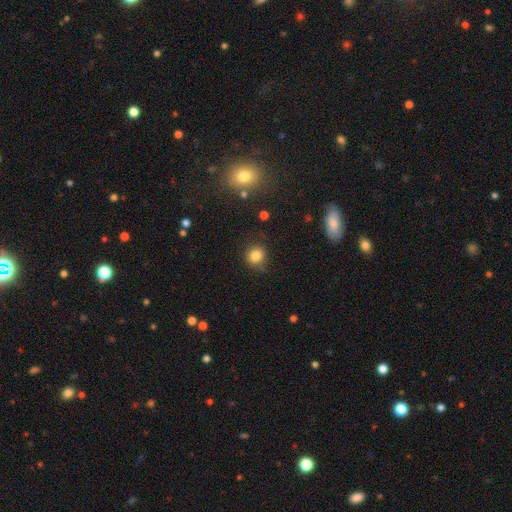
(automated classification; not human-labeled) smooth-or-featured: smooth: 83% | star or artifact: 12% | featured or disk: 5%
  how-rounded: round: 83% | in between: 16% | cigar-shaped: 1%
  merging: none: 80% | minor disturbance: 14% | major disturbance: 4% | merger: 3%